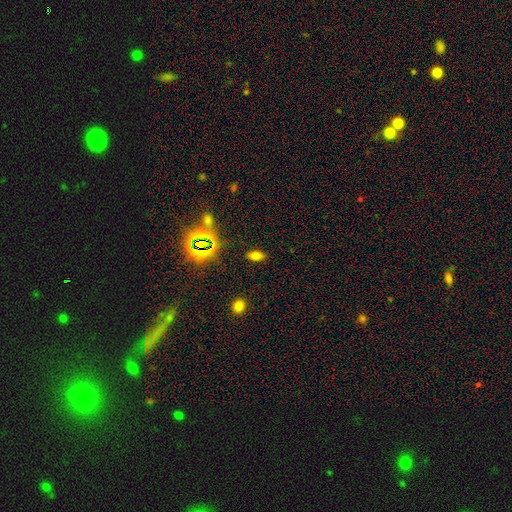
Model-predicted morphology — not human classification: Q: Smooth or featured?
A: smooth (65%); runner-up: star or artifact (23%)
Q: How rounded?
A: in between (86%); runner-up: round (8%)
Q: Merging?
A: none (86%); runner-up: minor disturbance (9%)